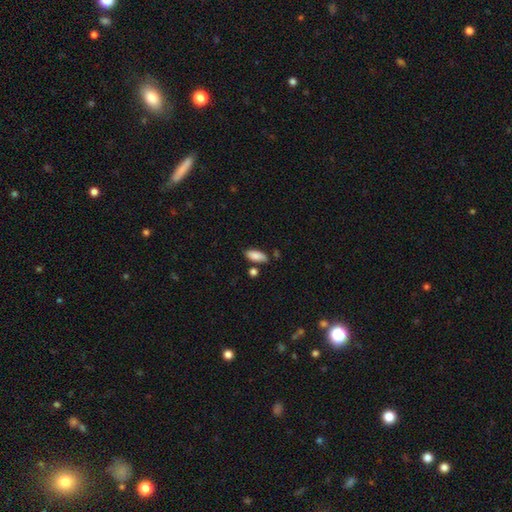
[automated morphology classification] Q: Smooth or featured?
A: smooth (87%); runner-up: star or artifact (7%)
Q: How rounded?
A: in between (84%); runner-up: cigar-shaped (14%)
Q: Merging?
A: none (72%); runner-up: minor disturbance (17%)